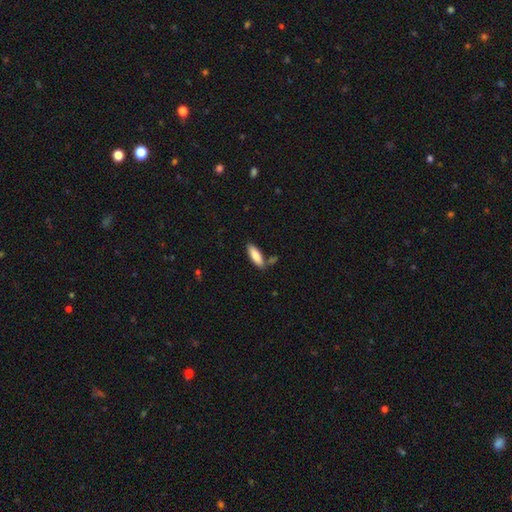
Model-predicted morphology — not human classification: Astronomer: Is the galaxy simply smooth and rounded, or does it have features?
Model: smooth — 83%.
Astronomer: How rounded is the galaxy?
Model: in between — 58% (runner-up: cigar-shaped, 40%).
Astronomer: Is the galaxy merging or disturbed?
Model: none — 75%.